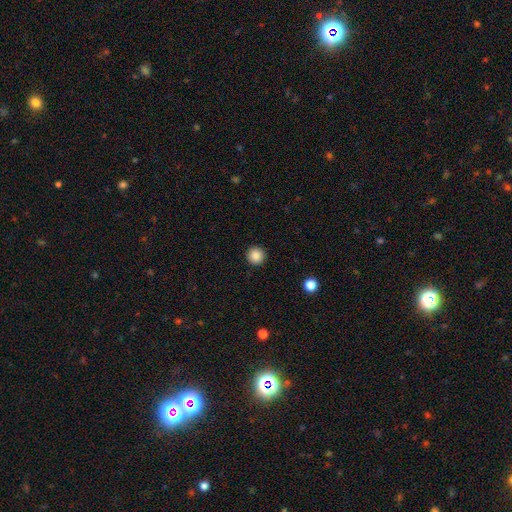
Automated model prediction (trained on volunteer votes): Smooth or featured? smooth (86%)
How rounded? round (96%)
Merging? none (93%)